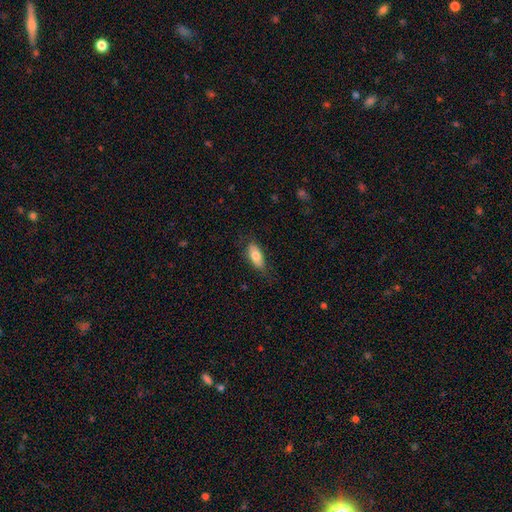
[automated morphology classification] Smooth or featured: smooth — 76% (featured or disk — 17%)
How rounded: in between — 83% (cigar-shaped — 15%)
Merging: none — 76% (minor disturbance — 18%)